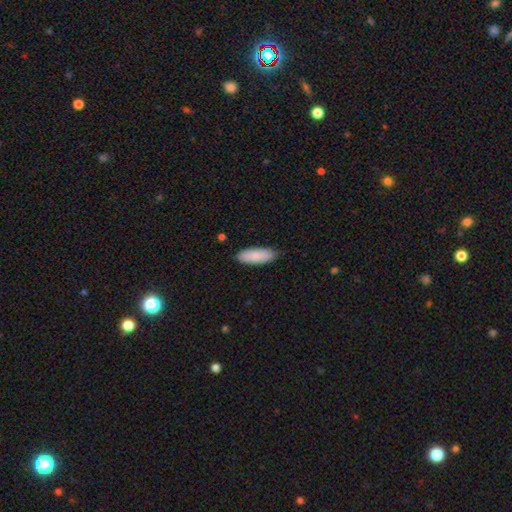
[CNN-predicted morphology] A smooth galaxy with no disk features (87%) that is in between round and cigar-shaped (68%). Merging: none (88%).